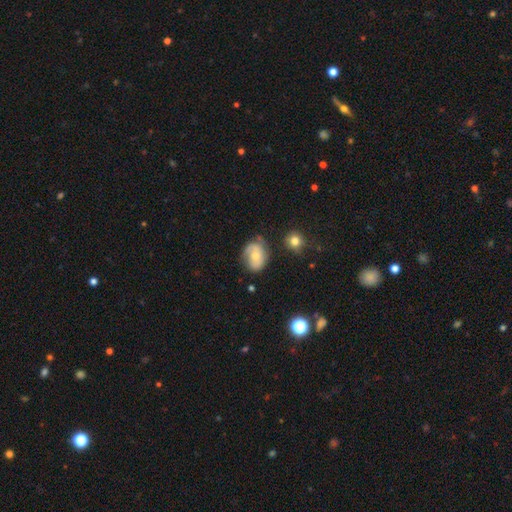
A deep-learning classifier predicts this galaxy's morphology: smooth_or_featured: featured or disk (p=0.48) [alt: smooth p=0.43]
merging: none (p=0.56) [alt: minor disturbance p=0.29]